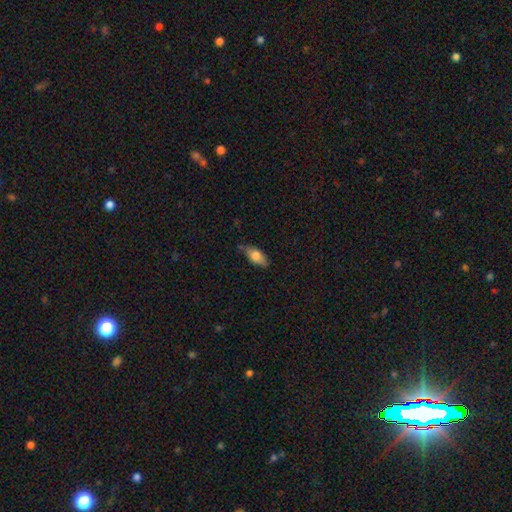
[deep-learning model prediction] Smooth or featured? Predicted: smooth (p=0.76). How rounded? Predicted: in between (p=0.85). Merging? Predicted: none (p=0.65).